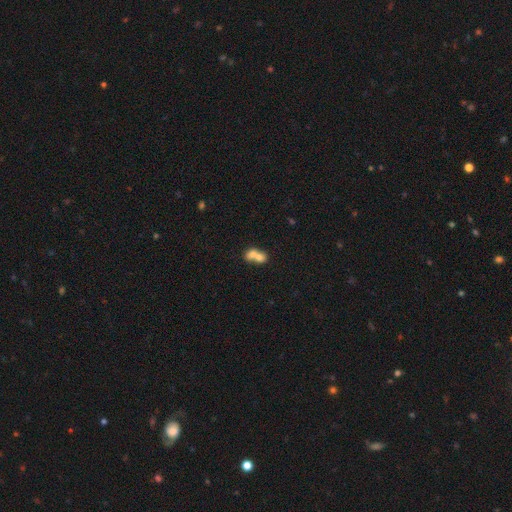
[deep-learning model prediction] Morphology: type=smooth (69%); roundness=in between (53%); merging=merger (75%).